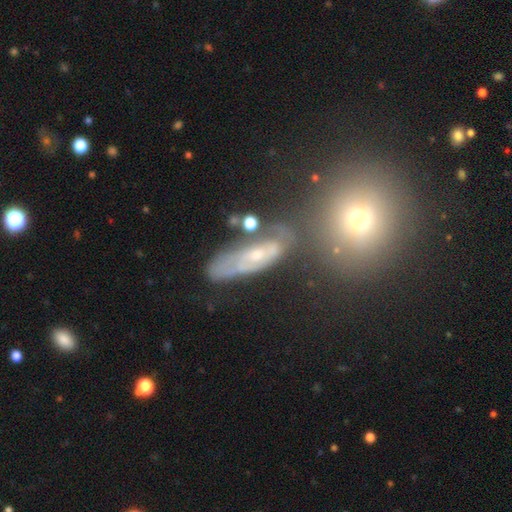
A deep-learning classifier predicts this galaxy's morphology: This appears to be a featured or disk galaxy (62%) with no bar (69%), spiral arms (61%) and a small central bulge (59%). Merging: none (52%).